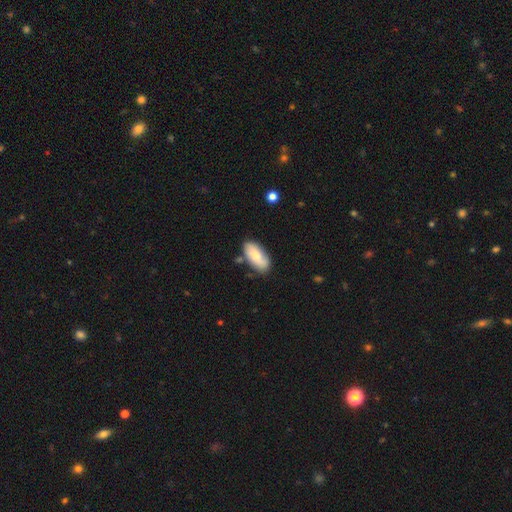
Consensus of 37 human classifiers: Smooth or featured? smooth (68%)
How rounded? in between (92%)
Merging? none (70%)